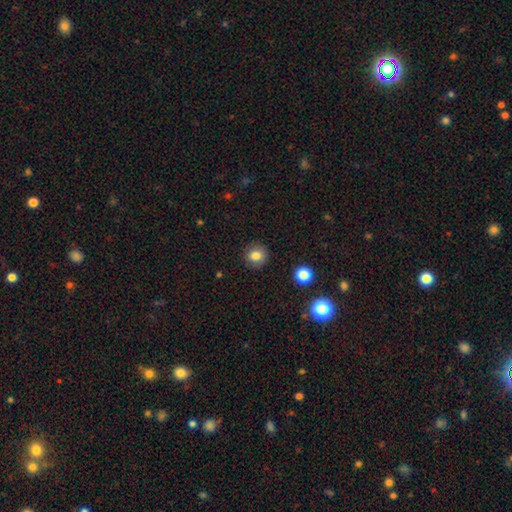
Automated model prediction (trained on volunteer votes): Smooth or featured? Predicted: smooth (p=0.81). How rounded? Predicted: round (p=0.88). Merging? Predicted: none (p=0.90).